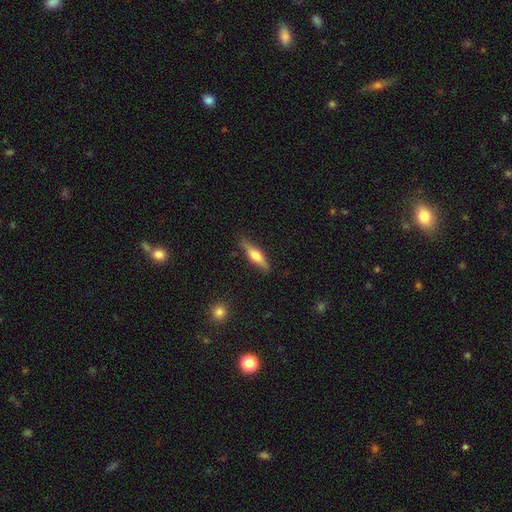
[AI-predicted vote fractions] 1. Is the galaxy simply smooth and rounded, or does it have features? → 53% featured or disk, 41% smooth, 6% star or artifact.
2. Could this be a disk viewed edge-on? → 94% yes, 6% no.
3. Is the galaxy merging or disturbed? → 86% none, 11% minor disturbance, 2% major disturbance, 1% merger.